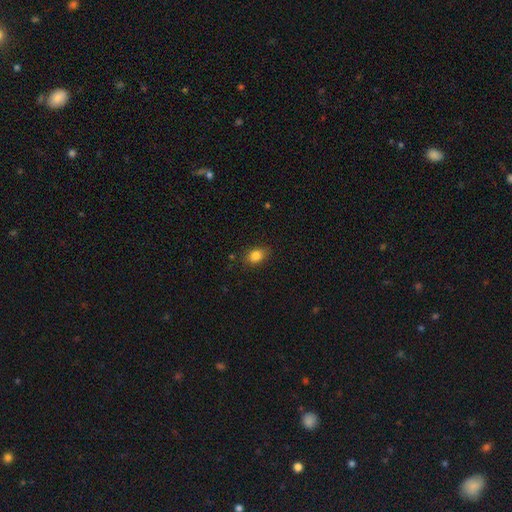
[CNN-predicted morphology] Overall: smooth (84%). How rounded: in between (64%; round 35%). Merging: none (81%).